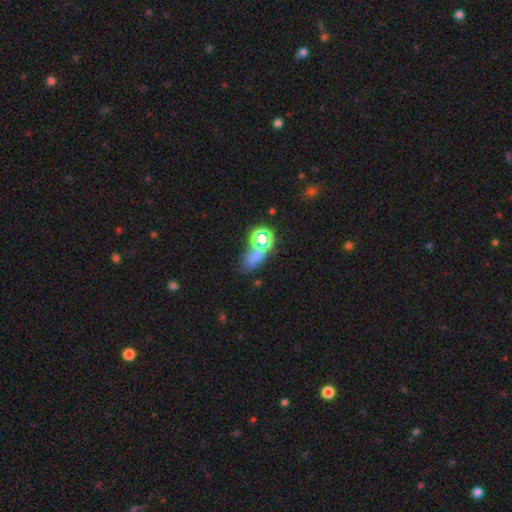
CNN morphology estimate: smooth-or-featured: smooth: 50% | star or artifact: 39% | featured or disk: 11%
  how-rounded: in between: 65% | round: 27% | cigar-shaped: 8%
  merging: none: 52% | merger: 19% | minor disturbance: 17% | major disturbance: 12%